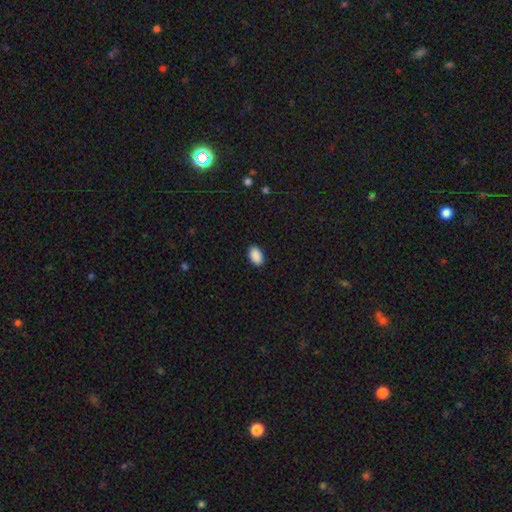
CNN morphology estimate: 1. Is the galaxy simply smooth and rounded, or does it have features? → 90% smooth, 7% star or artifact, 2% featured or disk.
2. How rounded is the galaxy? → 91% in between, 8% round, 1% cigar-shaped.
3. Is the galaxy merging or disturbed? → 90% none, 8% minor disturbance, 2% major disturbance, 1% merger.